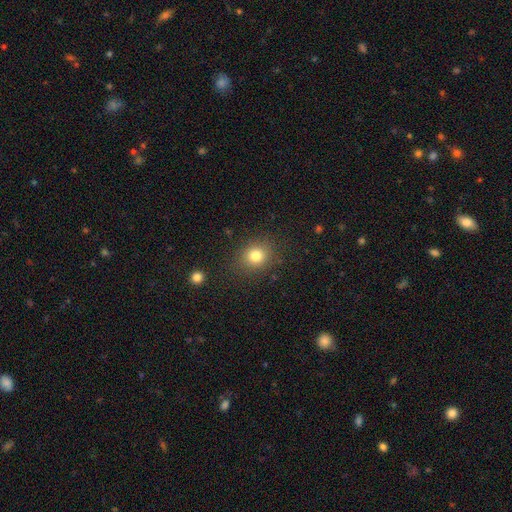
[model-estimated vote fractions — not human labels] Q: Smooth or featured?
A: smooth (79%); runner-up: star or artifact (13%)
Q: How rounded?
A: round (75%); runner-up: in between (24%)
Q: Merging?
A: none (85%); runner-up: minor disturbance (10%)